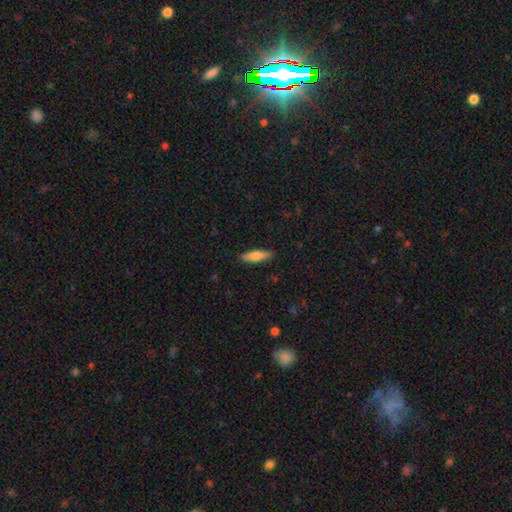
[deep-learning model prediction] smooth_or_featured: smooth (p=0.78) [alt: featured or disk p=0.16]
how_rounded: cigar-shaped (p=0.62) [alt: in between p=0.37]
merging: none (p=0.88) [alt: minor disturbance p=0.09]